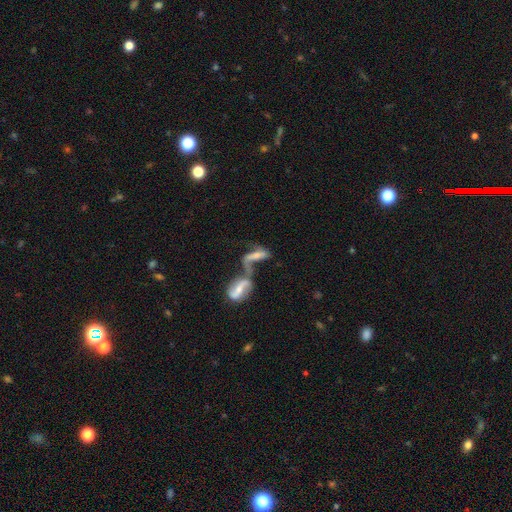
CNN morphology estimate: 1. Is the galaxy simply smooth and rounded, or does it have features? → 56% featured or disk, 34% smooth, 10% star or artifact.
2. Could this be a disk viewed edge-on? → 85% no, 15% yes.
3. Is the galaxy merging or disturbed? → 73% merger, 11% none, 10% major disturbance, 6% minor disturbance.